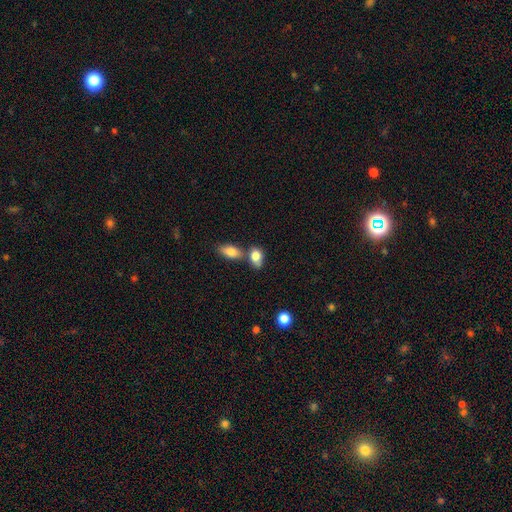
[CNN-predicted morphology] smooth_or_featured: smooth (p=0.83) [alt: featured or disk p=0.10]
how_rounded: in between (p=0.81) [alt: round p=0.16]
merging: none (p=0.41) [alt: merger p=0.40]